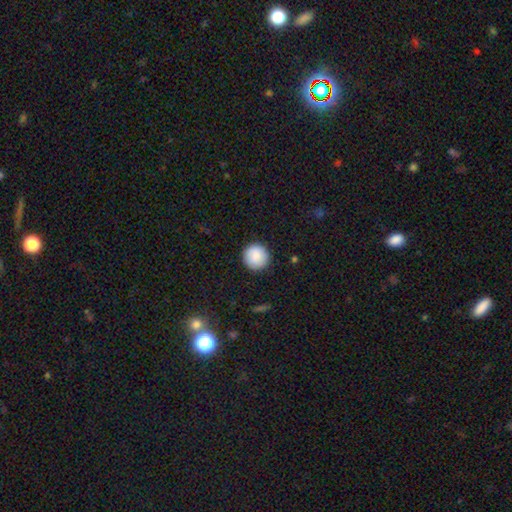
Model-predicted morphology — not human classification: Smooth or featured: smooth — 88% (star or artifact — 7%)
How rounded: round — 96% (in between — 3%)
Merging: none — 92% (minor disturbance — 6%)